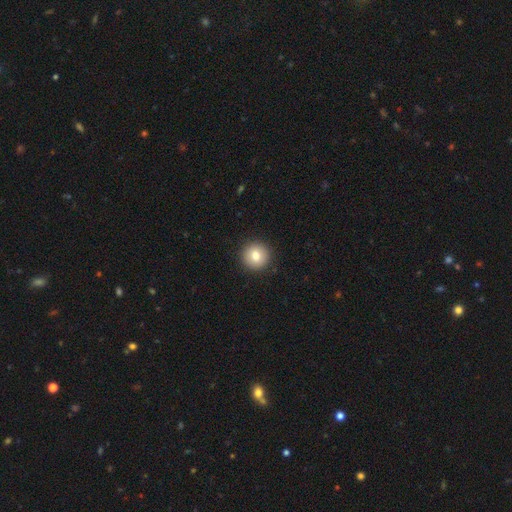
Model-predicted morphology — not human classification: smooth_or_featured: smooth (p=0.80) [alt: featured or disk p=0.11]
how_rounded: round (p=0.95) [alt: in between p=0.04]
merging: none (p=0.93) [alt: minor disturbance p=0.05]